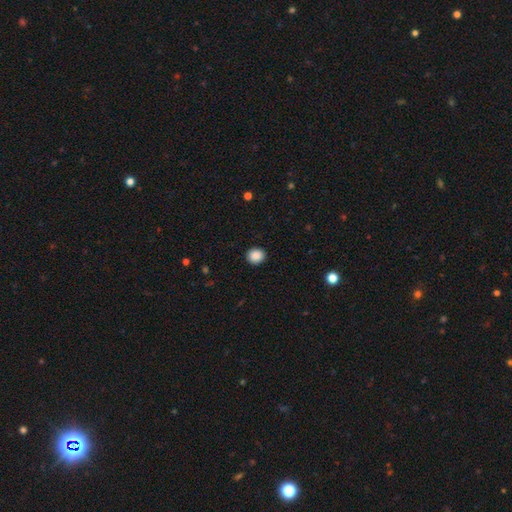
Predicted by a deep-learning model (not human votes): smooth 89%, star or artifact 9%, featured or disk 2%. Down the decision tree: how rounded — round (83%); merging — none (91%).